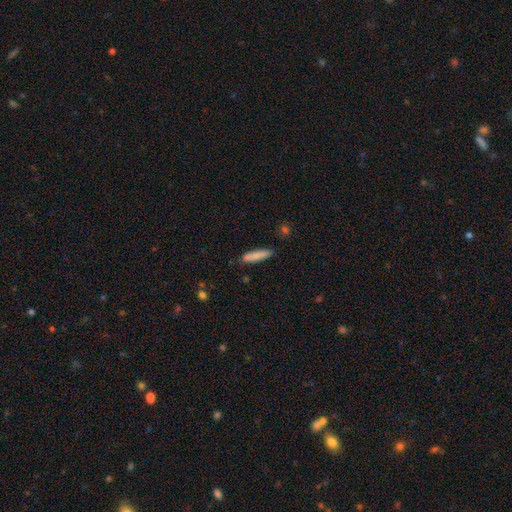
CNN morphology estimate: smooth-or-featured: smooth: 81% | featured or disk: 12% | star or artifact: 6%
  how-rounded: cigar-shaped: 84% | in between: 14% | round: 1%
  merging: none: 83% | minor disturbance: 12% | merger: 3% | major disturbance: 2%